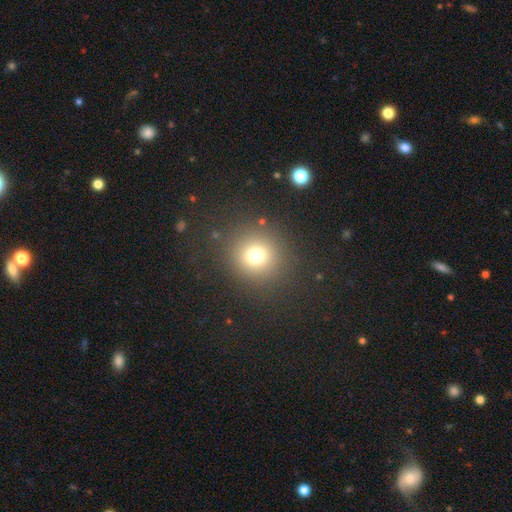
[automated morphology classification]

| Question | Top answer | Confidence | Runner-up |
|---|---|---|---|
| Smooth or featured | smooth | 72% | star or artifact (19%) |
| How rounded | round | 91% | in between (8%) |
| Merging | none | 87% | minor disturbance (7%) |